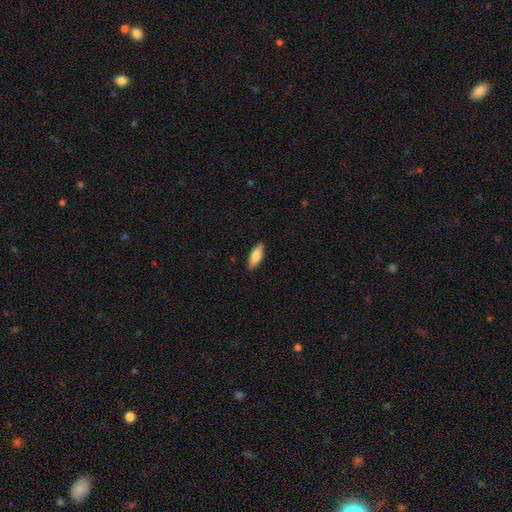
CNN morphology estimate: This is likely a smooth galaxy (78%). How rounded: likely in between (63%). Merging: clearly none (89%).